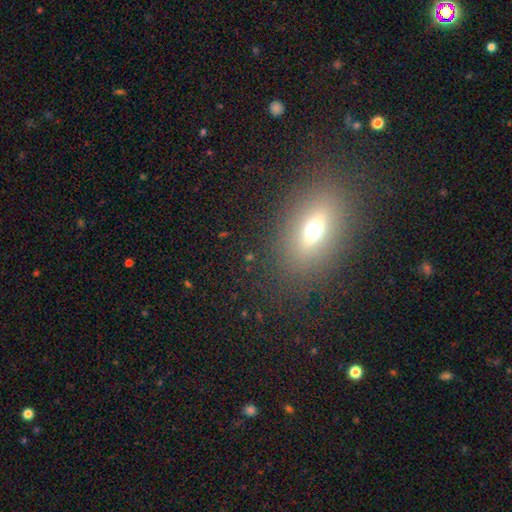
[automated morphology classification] Smooth or featured?
  - smooth: 58% *
  - featured or disk: 23%
  - star or artifact: 19%
How rounded?
  - in between: 74% *
  - round: 14%
  - cigar-shaped: 12%
Merging?
  - none: 87% *
  - minor disturbance: 8%
  - major disturbance: 4%
  - merger: 2%